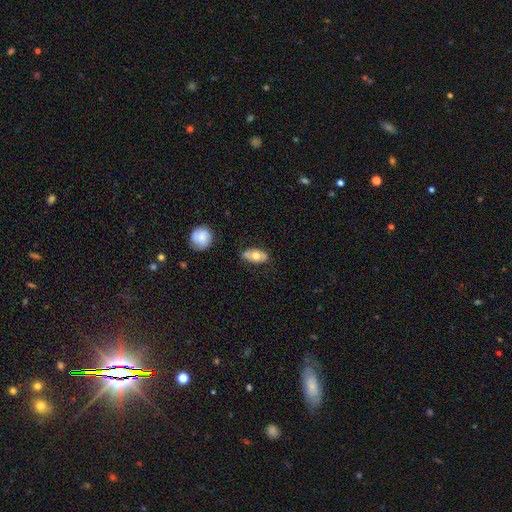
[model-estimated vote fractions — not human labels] Overall: smooth (62%; featured or disk 31%). How rounded: in between (88%). Merging: none (70%).